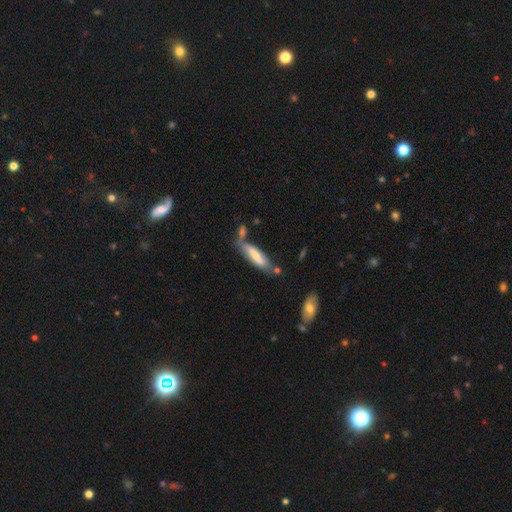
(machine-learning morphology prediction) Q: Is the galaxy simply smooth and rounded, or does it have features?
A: smooth — 59%.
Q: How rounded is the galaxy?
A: cigar-shaped — 71%.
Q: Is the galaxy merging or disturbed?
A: none — 53%.